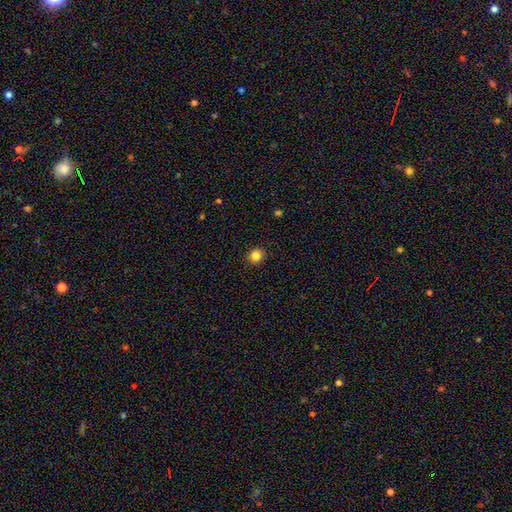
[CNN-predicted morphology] smooth_or_featured: smooth (p=0.83) [alt: star or artifact p=0.12]
how_rounded: round (p=0.91) [alt: in between p=0.08]
merging: none (p=0.92) [alt: minor disturbance p=0.05]